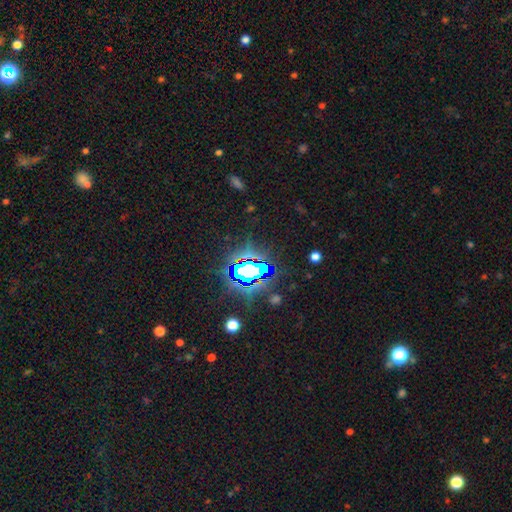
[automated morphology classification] smooth_or_featured: star or artifact (p=0.81) [alt: smooth p=0.11]